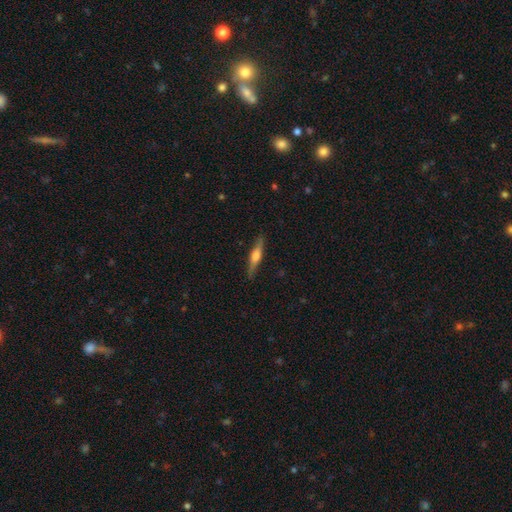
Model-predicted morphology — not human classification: A featured or disk galaxy (65%) viewed edge-on (97%) with a rounded central bulge (80%). Merging: none (89%).